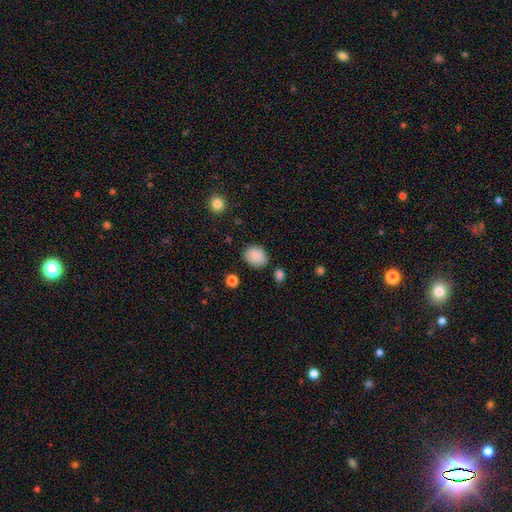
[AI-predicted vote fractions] smooth-or-featured: smooth: 85% | star or artifact: 8% | featured or disk: 7%
  how-rounded: in between: 50% | round: 49% | cigar-shaped: 1%
  merging: none: 77% | minor disturbance: 16% | major disturbance: 3% | merger: 3%